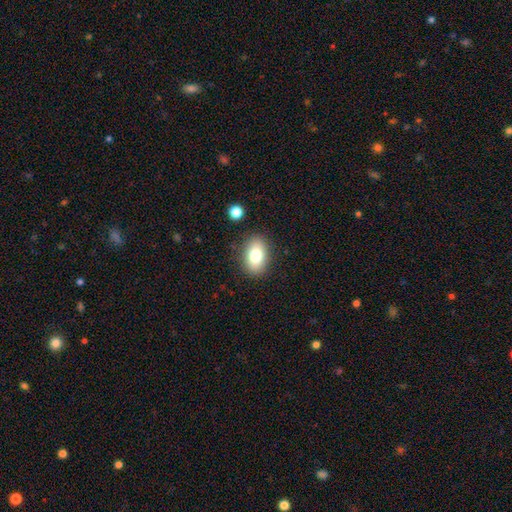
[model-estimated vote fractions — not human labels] smooth-or-featured: smooth: 78% | featured or disk: 13% | star or artifact: 9%
  how-rounded: in between: 84% | round: 14% | cigar-shaped: 2%
  merging: none: 85% | minor disturbance: 10% | major disturbance: 3% | merger: 2%